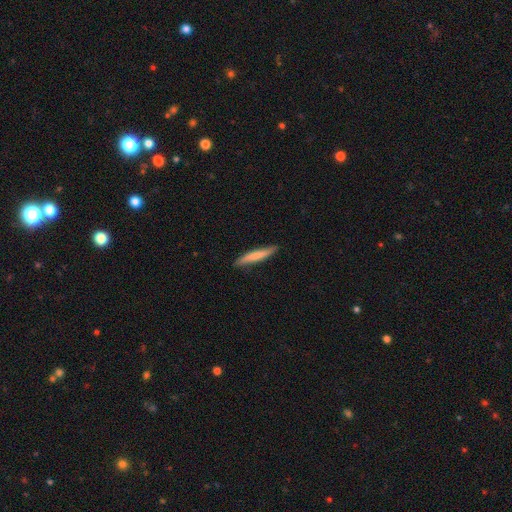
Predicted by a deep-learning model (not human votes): Overall: smooth (71%). How rounded: cigar-shaped (94%). Merging: none (87%).